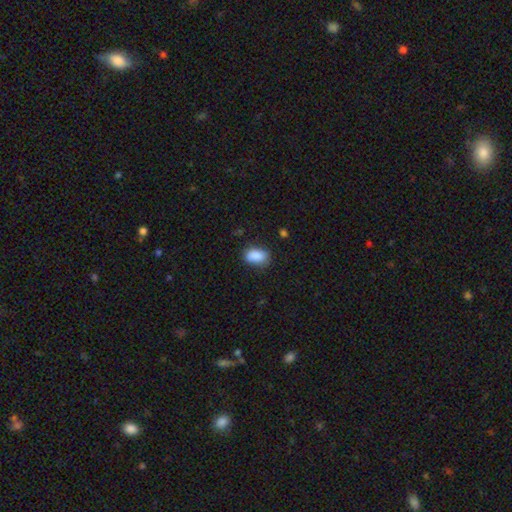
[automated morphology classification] smooth_or_featured: smooth (p=0.88) [alt: star or artifact p=0.08]
how_rounded: in between (p=0.88) [alt: round p=0.10]
merging: none (p=0.77) [alt: minor disturbance p=0.18]